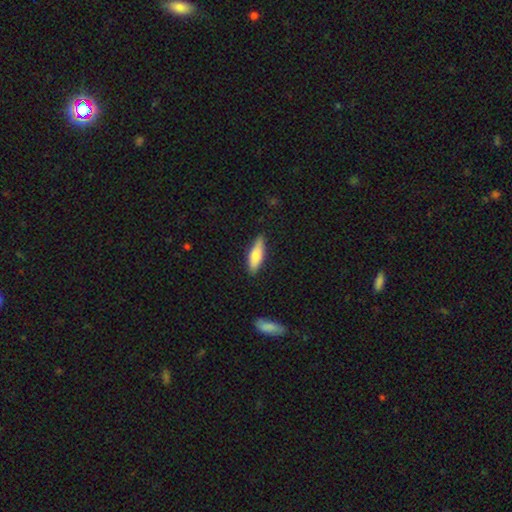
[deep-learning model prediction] The model was most divided on "how rounded": cigar-shaped: 50%, in between: 48%, round: 2%. More confident: merging — none (85%); smooth or featured — smooth (70%).